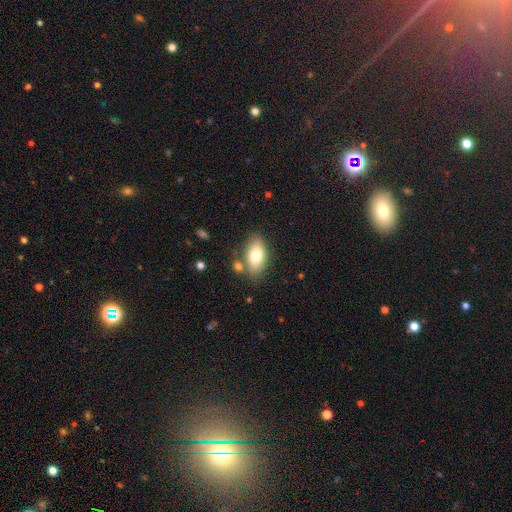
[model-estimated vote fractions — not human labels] This is likely a smooth galaxy (77%). How rounded: clearly in between (91%). Merging: likely none (73%).